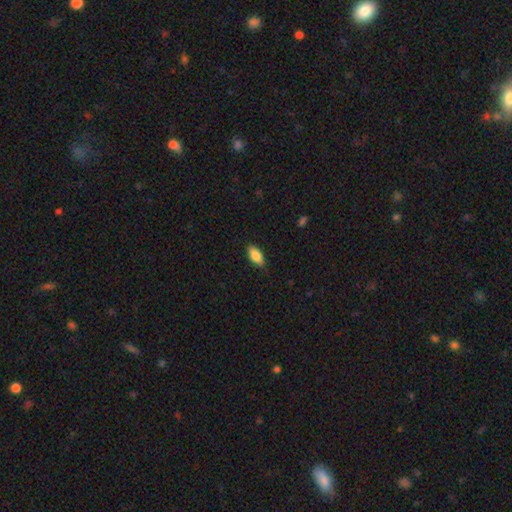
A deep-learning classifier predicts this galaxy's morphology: smooth-or-featured: smooth: 85% | featured or disk: 8% | star or artifact: 7%
  how-rounded: in between: 88% | cigar-shaped: 9% | round: 2%
  merging: none: 86% | minor disturbance: 11% | major disturbance: 2% | merger: 1%